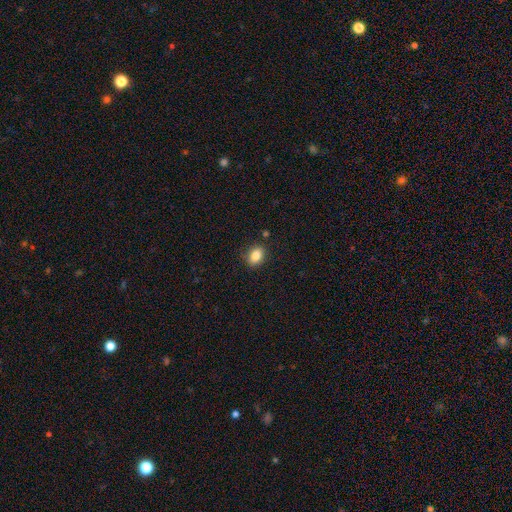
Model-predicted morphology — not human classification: Overall: smooth (85%). How rounded: in between (72%). Merging: none (86%).